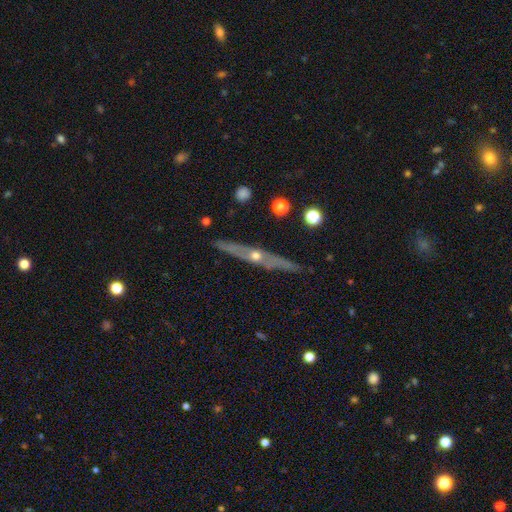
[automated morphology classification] smooth-or-featured: featured or disk: 76% | smooth: 18% | star or artifact: 6%
  disk-edge-on: yes: 93% | no: 7%
    edge-on-bulge: rounded: 85% | none: 13% | boxy: 2%
  merging: none: 85% | minor disturbance: 10% | merger: 2% | major disturbance: 2%